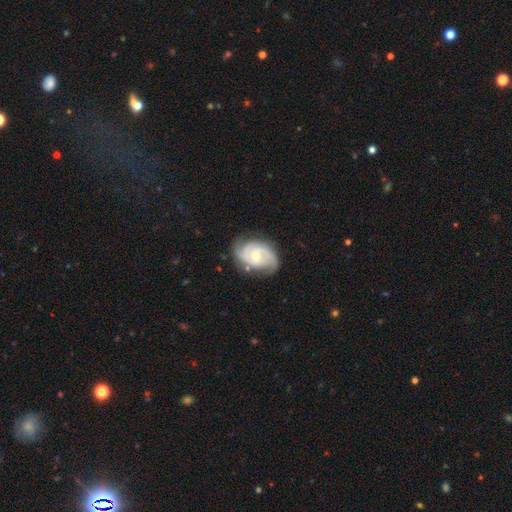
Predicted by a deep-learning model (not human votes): Overall: featured or disk (85%). Edge-on disk: no (97%). Bar: no (61%; weak 32%). Spiral arms: yes (95%). Spiral arm count: 2 (66%). Spiral winding: tight (50%; medium 40%). Bulge size: moderate (63%; small 33%). Merging: none (73%).